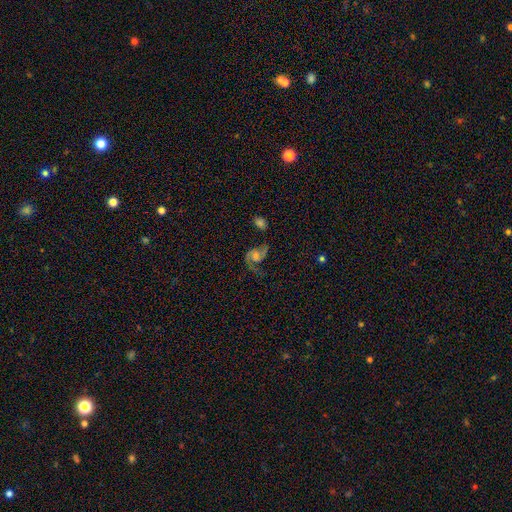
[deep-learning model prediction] Smooth or featured? featured or disk (82%)
Edge-on disk? no (98%)
Bar? no (62%)
Spiral arms? yes (95%)
Spiral winding? loose (48%)
Spiral arm count? 2 (84%)
Bulge size? moderate (49%)
Merging? none (53%)